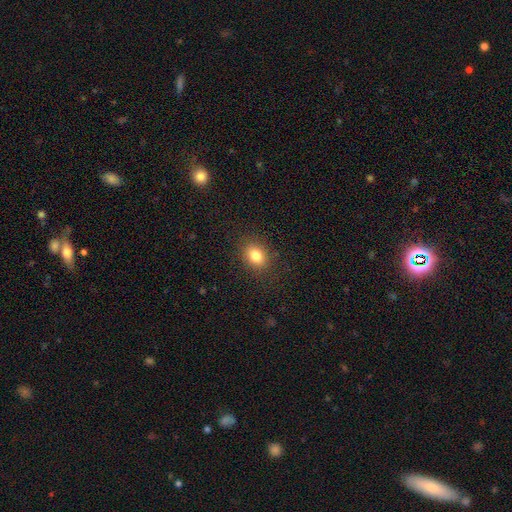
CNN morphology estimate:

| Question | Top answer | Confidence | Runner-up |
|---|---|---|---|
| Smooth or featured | smooth | 83% | star or artifact (10%) |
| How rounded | in between | 59% | round (40%) |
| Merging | none | 87% | minor disturbance (9%) |